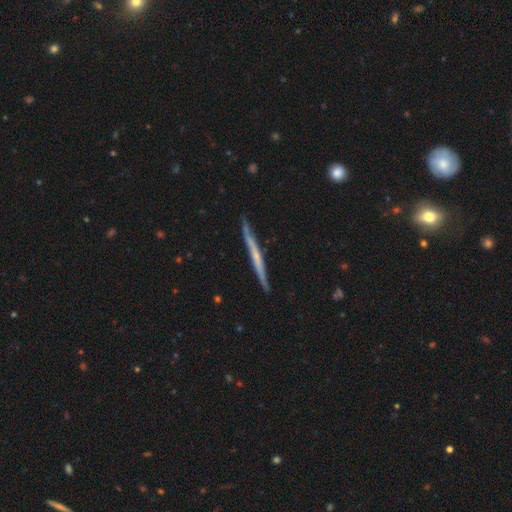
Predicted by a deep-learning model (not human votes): featured or disk 62%, smooth 32%, star or artifact 6%. Down the decision tree: edge-on disk — yes (97%); edge-on bulge — none (73%); merging — none (88%).